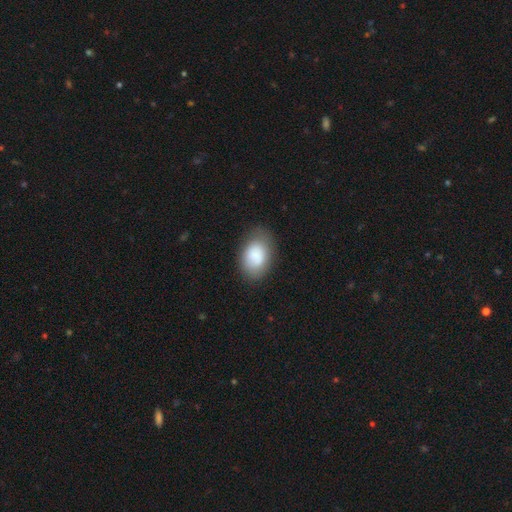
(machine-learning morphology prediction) A smooth galaxy with no disk features (83%) that is in between round and cigar-shaped (84%). Merging: none (75%).